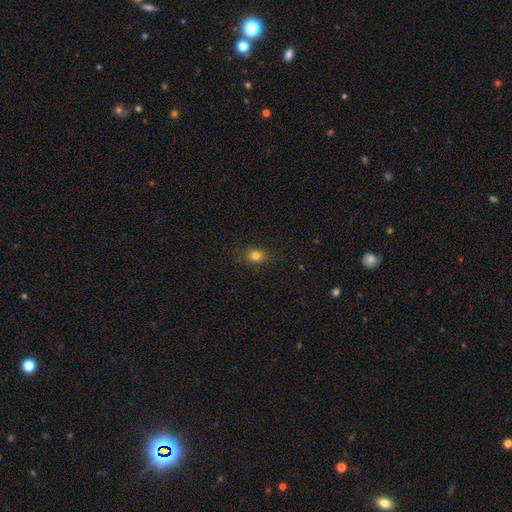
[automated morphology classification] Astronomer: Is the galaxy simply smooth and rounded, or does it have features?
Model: smooth — 80%.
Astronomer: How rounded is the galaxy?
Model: round — 56% (runner-up: in between, 42%).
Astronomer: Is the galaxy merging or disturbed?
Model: none — 85%.